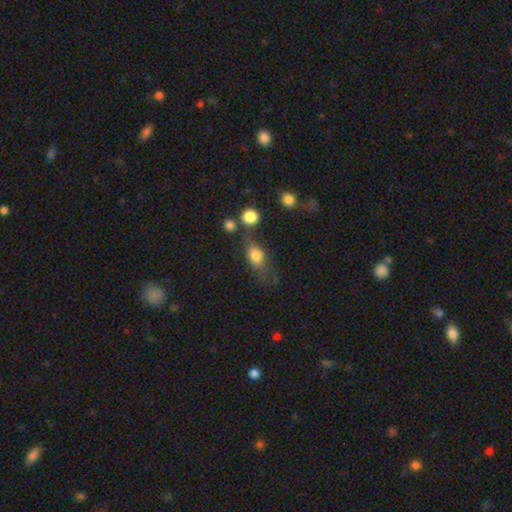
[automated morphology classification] A smooth galaxy with no disk features (76%) that is in between round and cigar-shaped (65%).

Vote fractions:
- Smooth or featured? smooth: 76% / featured or disk: 14% / star or artifact: 10%
- How rounded? in between: 65% / round: 28% / cigar-shaped: 7%
- Merging? none: 46% / minor disturbance: 25% / major disturbance: 17% / merger: 13%